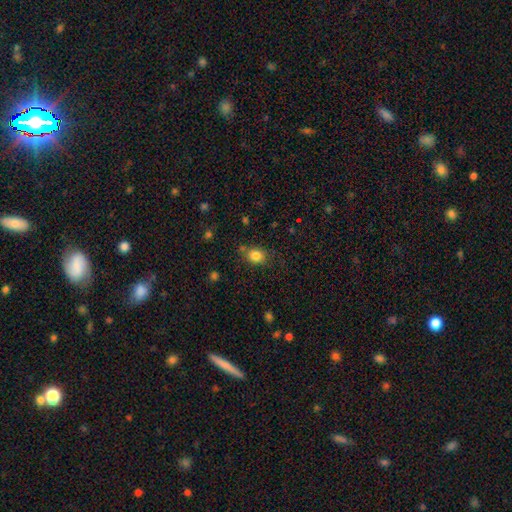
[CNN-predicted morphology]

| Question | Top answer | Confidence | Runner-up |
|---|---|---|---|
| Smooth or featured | smooth | 83% | star or artifact (11%) |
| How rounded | round | 59% | in between (40%) |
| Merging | none | 74% | minor disturbance (15%) |